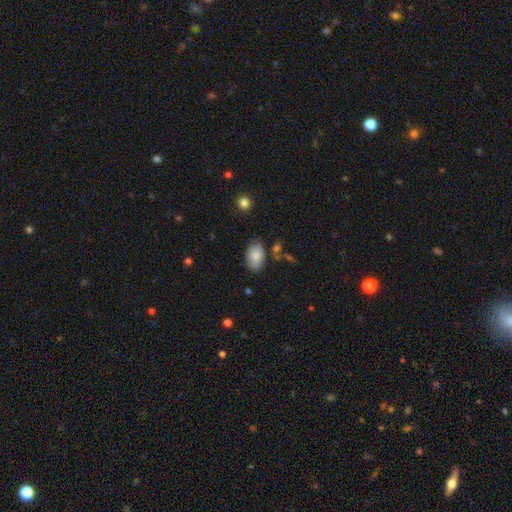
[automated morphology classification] Smooth or featured?
  - smooth: 84% *
  - featured or disk: 9%
  - star or artifact: 7%
How rounded?
  - in between: 91% *
  - round: 7%
  - cigar-shaped: 1%
Merging?
  - none: 75% *
  - minor disturbance: 17%
  - major disturbance: 4%
  - merger: 3%